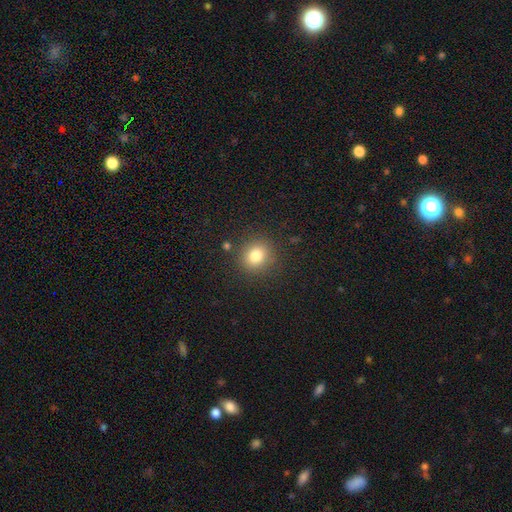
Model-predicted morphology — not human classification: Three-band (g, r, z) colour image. It shows a smooth galaxy with no disk features (80%) that is round (83%). Merging: none (87%).